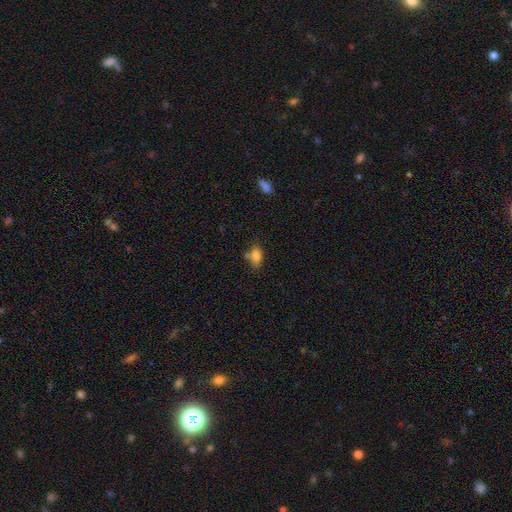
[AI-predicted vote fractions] Morphology: type=smooth (80%); roundness=in between (81%); merging=none (57%).